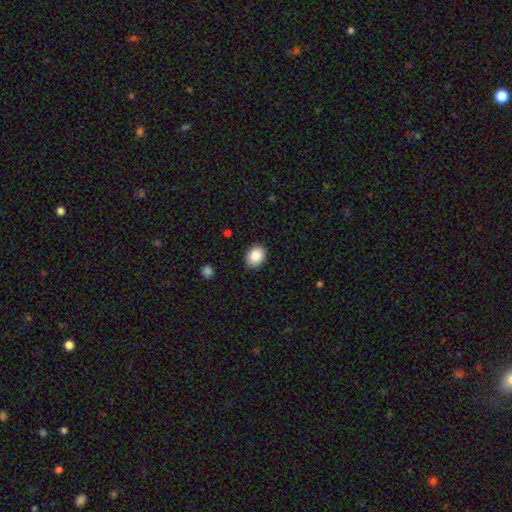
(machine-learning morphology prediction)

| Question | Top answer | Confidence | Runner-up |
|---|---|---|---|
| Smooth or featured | smooth | 88% | star or artifact (8%) |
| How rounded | in between | 55% | round (44%) |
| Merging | none | 88% | minor disturbance (9%) |